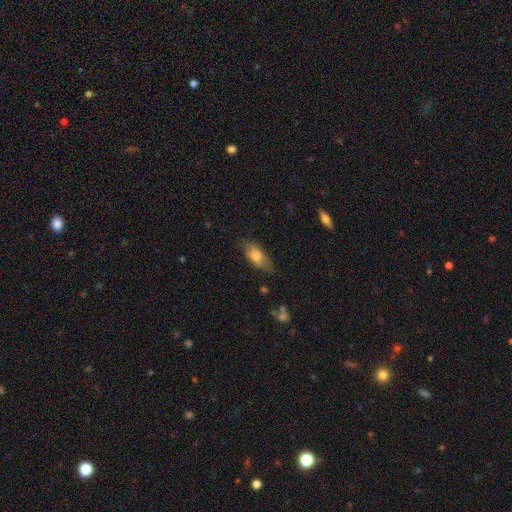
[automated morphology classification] type=smooth (73%); roundness=in between (82%); merging=none (72%).